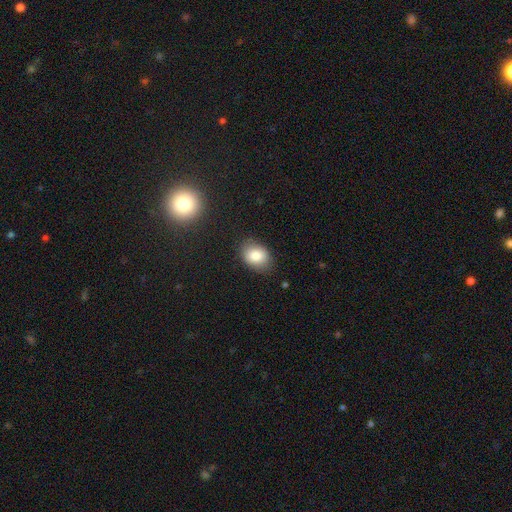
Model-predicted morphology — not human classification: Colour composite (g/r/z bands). It shows a smooth galaxy with no disk features (83%) that is in between round and cigar-shaped (66%). Merging: none (81%).